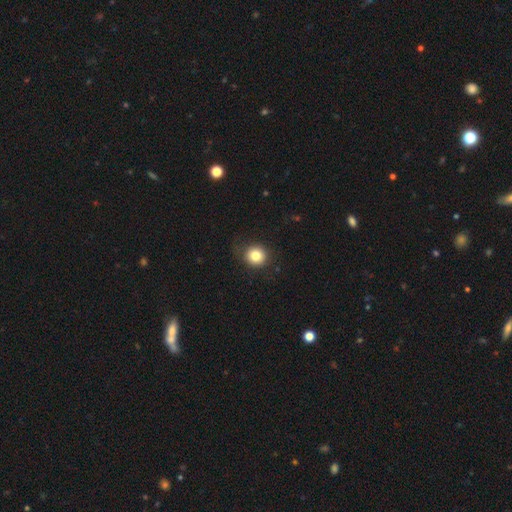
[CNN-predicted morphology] Q: Smooth or featured?
A: smooth (82%); runner-up: star or artifact (11%)
Q: How rounded?
A: round (89%); runner-up: in between (10%)
Q: Merging?
A: none (84%); runner-up: minor disturbance (12%)